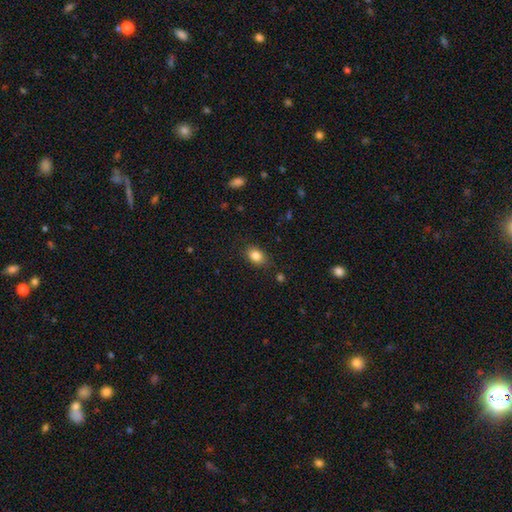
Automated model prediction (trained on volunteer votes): A smooth galaxy with no disk features (85%) that is in between round and cigar-shaped (77%).

Vote fractions:
- Smooth or featured? smooth: 85% / star or artifact: 9% / featured or disk: 7%
- How rounded? in between: 77% / round: 22% / cigar-shaped: 1%
- Merging? none: 83% / minor disturbance: 13% / major disturbance: 3% / merger: 1%